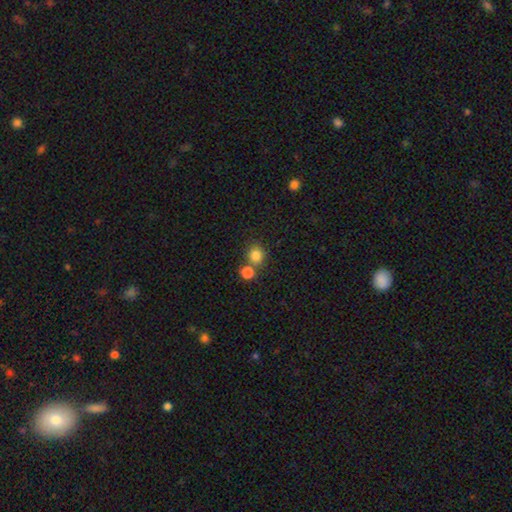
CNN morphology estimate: Q: Smooth or featured?
A: smooth (82%); runner-up: star or artifact (13%)
Q: How rounded?
A: round (86%); runner-up: in between (13%)
Q: Merging?
A: none (66%); runner-up: merger (23%)